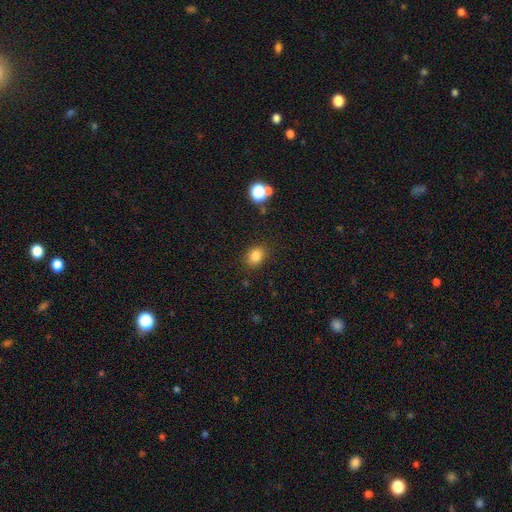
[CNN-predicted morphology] Overall: smooth (82%). How rounded: in between (51%; round 48%). Merging: none (84%).